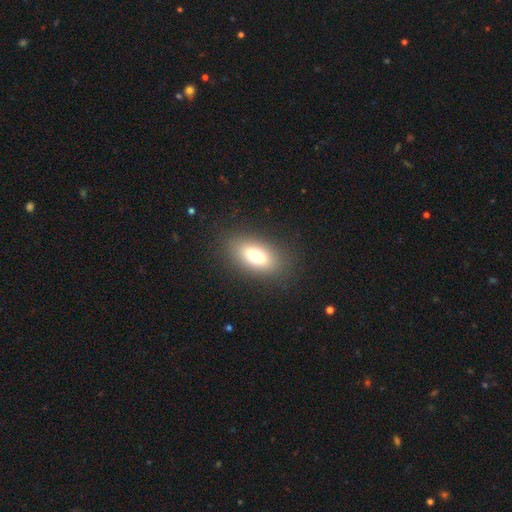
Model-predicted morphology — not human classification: smooth-or-featured: smooth: 75% | featured or disk: 15% | star or artifact: 10%
  how-rounded: in between: 87% | cigar-shaped: 7% | round: 6%
  merging: none: 86% | minor disturbance: 9% | major disturbance: 4% | merger: 1%